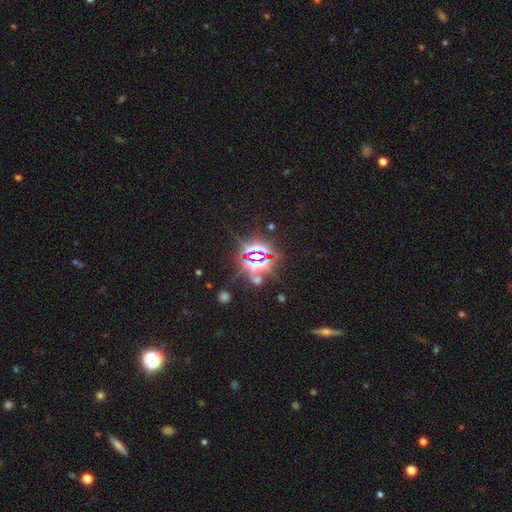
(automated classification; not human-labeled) A star or artifact, not a galaxy (80%).

Vote fractions:
- Smooth or featured? star or artifact: 80% / smooth: 11% / featured or disk: 9%